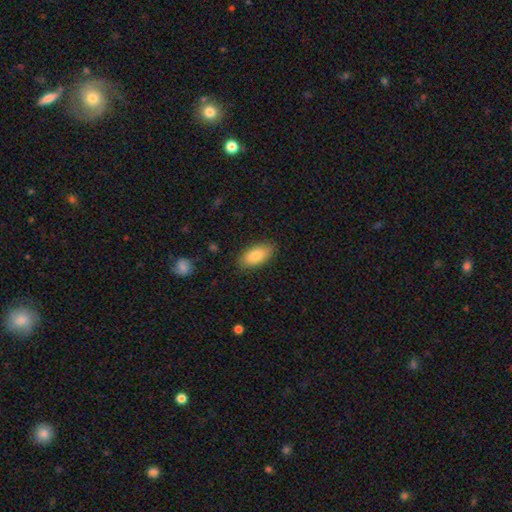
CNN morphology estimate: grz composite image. It shows a smooth galaxy with no disk features (84%) that is in between round and cigar-shaped (91%). Merging: none (83%).